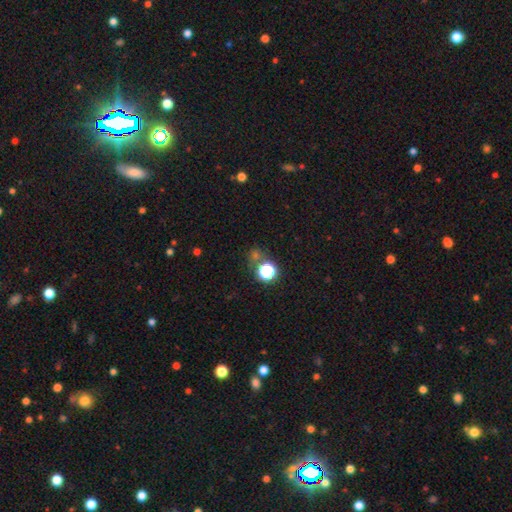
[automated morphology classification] Smooth or featured? Predicted: star or artifact (p=0.54).